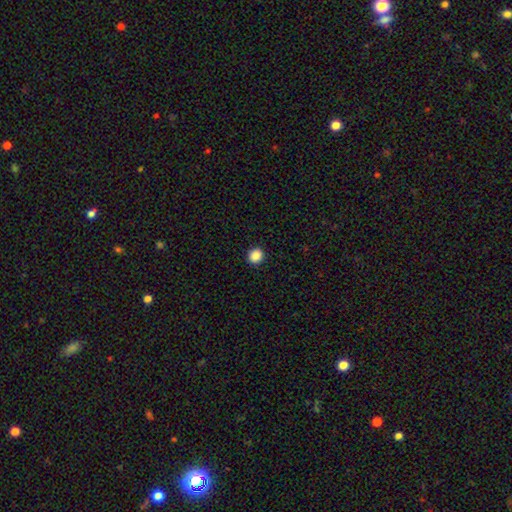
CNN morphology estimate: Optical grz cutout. It shows a smooth galaxy with no disk features (88%) that is round (86%). Merging: none (92%).